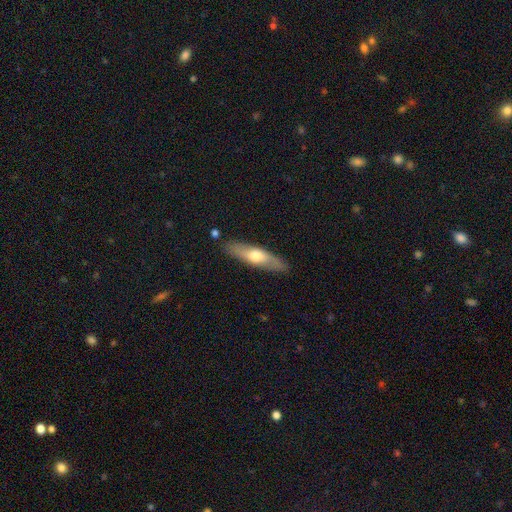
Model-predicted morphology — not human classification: smooth_or_featured: smooth (p=0.53) [alt: featured or disk p=0.42]
how_rounded: cigar-shaped (p=0.66) [alt: in between p=0.32]
merging: none (p=0.85) [alt: minor disturbance p=0.10]